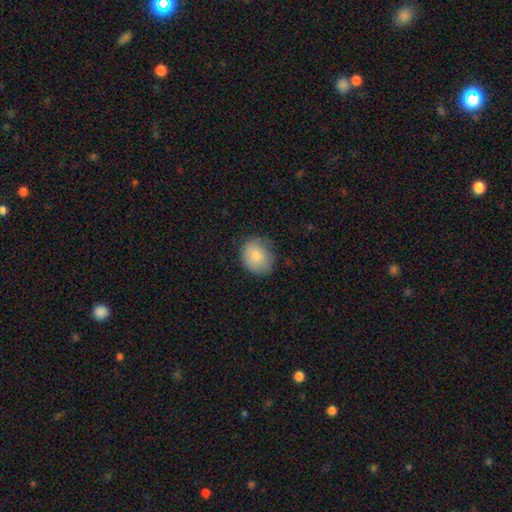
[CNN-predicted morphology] type=smooth (83%); roundness=round (56%); merging=none (72%).